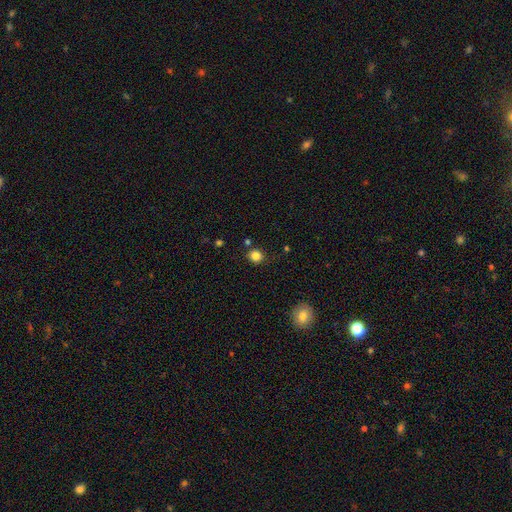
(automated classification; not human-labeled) smooth_or_featured: smooth (p=0.83) [alt: star or artifact p=0.12]
how_rounded: round (p=0.85) [alt: in between p=0.14]
merging: none (p=0.84) [alt: minor disturbance p=0.10]